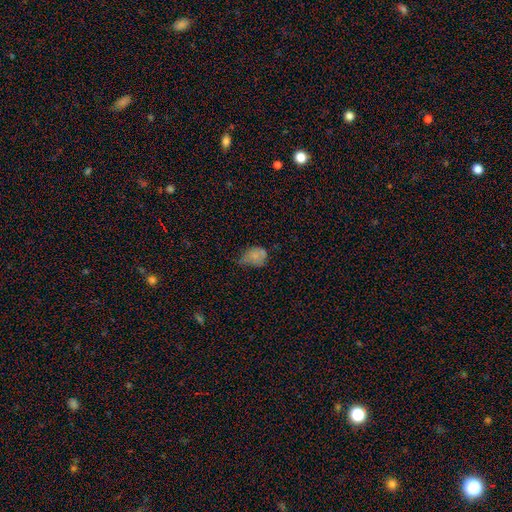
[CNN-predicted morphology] smooth 71%, featured or disk 15%, star or artifact 14%. Down the decision tree: how rounded — in between (58%); merging — minor disturbance (42%).